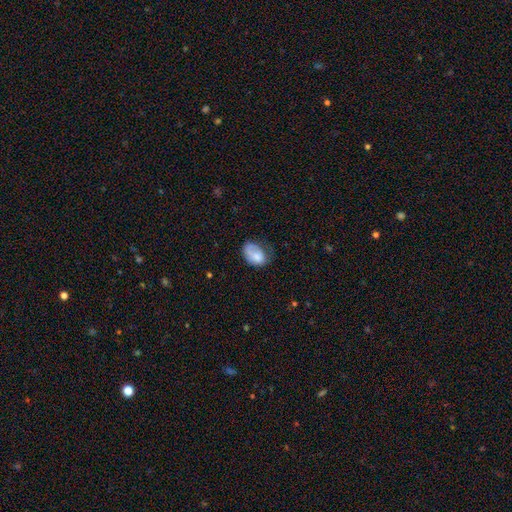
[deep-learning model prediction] A smooth galaxy with no disk features (71%) that is in between round and cigar-shaped (81%).

Vote fractions:
- Smooth or featured? smooth: 71% / featured or disk: 22% / star or artifact: 7%
- How rounded? in between: 81% / round: 18% / cigar-shaped: 1%
- Merging? none: 38% / minor disturbance: 33% / major disturbance: 26% / merger: 3%